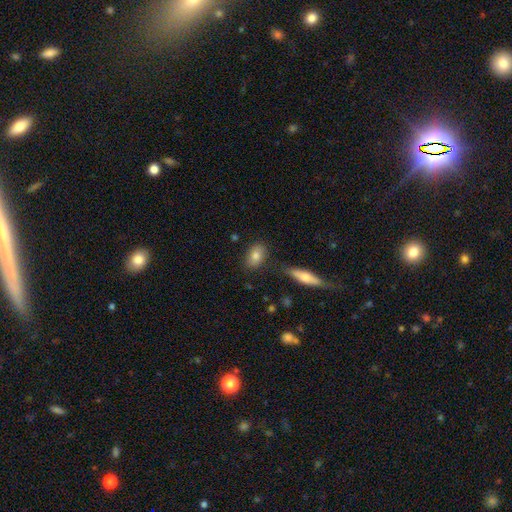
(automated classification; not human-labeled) smooth 80%, featured or disk 13%, star or artifact 7%. Down the decision tree: how rounded — in between (85%); merging — none (79%).